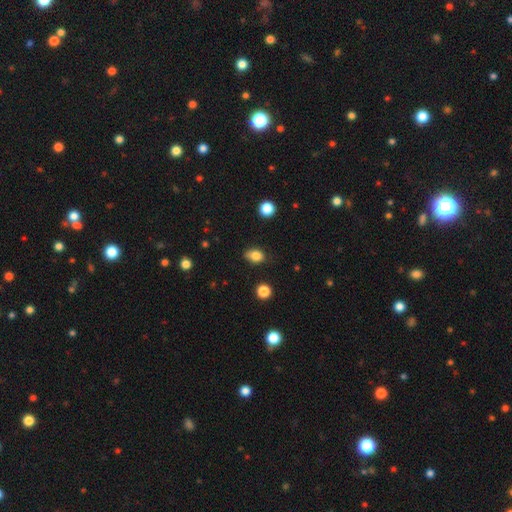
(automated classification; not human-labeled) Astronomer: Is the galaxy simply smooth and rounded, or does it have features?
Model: smooth — 84%.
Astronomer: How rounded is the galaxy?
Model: in between — 70%.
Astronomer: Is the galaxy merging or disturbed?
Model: none — 76%.